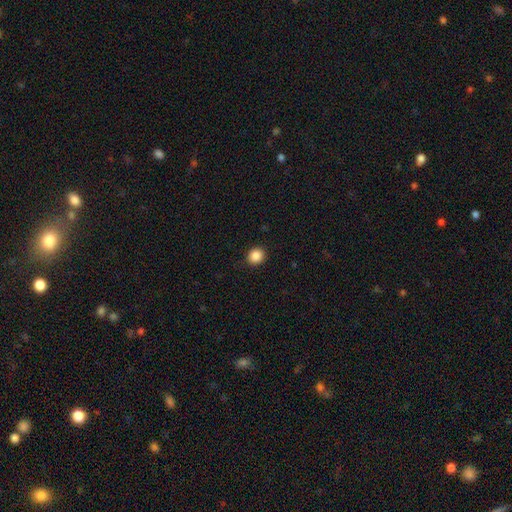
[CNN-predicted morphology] smooth_or_featured: smooth (p=0.87) [alt: star or artifact p=0.10]
how_rounded: round (p=0.82) [alt: in between p=0.17]
merging: none (p=0.91) [alt: minor disturbance p=0.07]